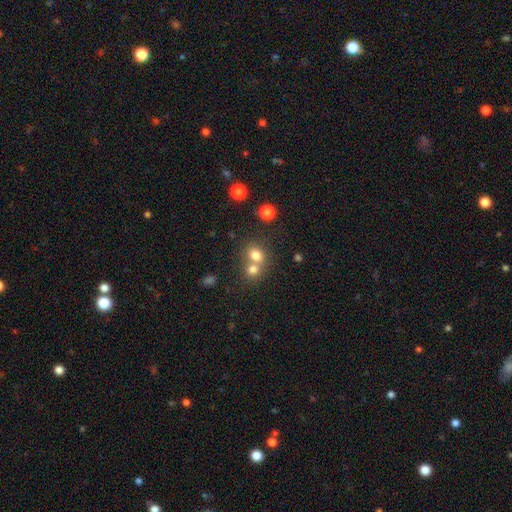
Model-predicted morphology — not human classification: smooth_or_featured: smooth (p=0.76) [alt: star or artifact p=0.14]
how_rounded: round (p=0.62) [alt: in between p=0.37]
merging: merger (p=0.51) [alt: none p=0.40]